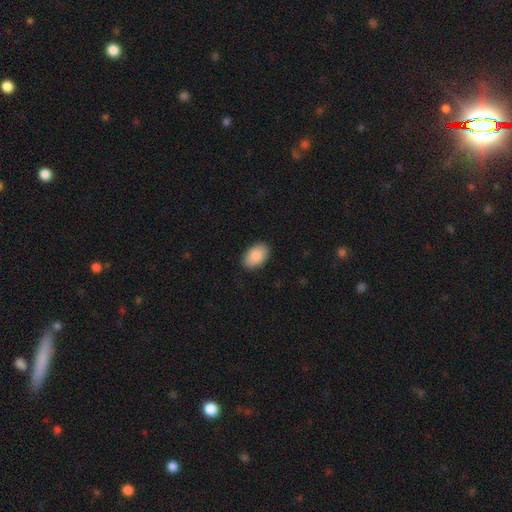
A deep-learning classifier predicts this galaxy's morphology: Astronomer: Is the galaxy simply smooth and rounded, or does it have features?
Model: smooth — 88%.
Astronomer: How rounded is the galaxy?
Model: in between — 92%.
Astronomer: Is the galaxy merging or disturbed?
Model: none — 88%.